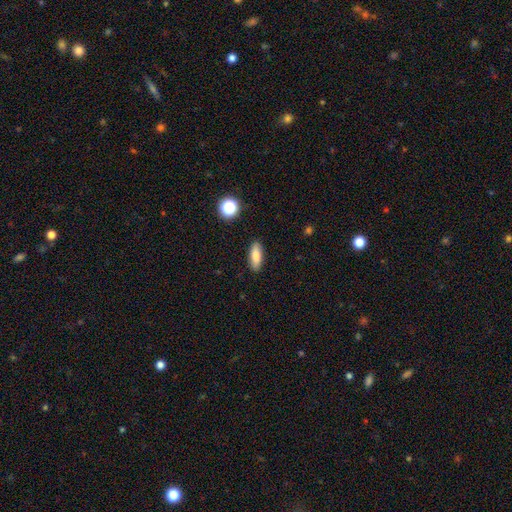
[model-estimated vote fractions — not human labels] Smooth or featured? smooth (83%)
How rounded? in between (67%)
Merging? none (88%)